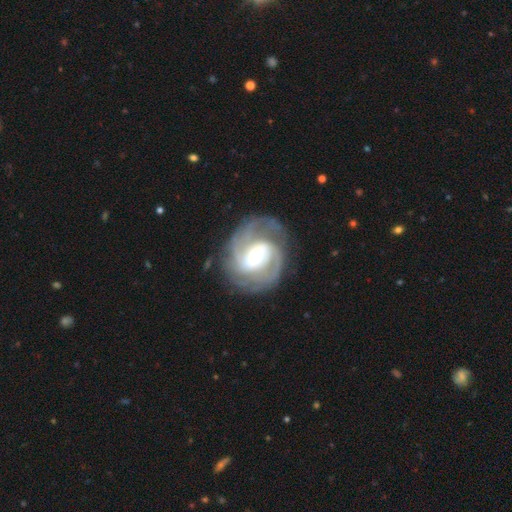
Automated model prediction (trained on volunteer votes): smooth_or_featured: featured or disk (p=0.88) [alt: smooth p=0.07]
disk_edge_on: no (p=0.98) [alt: yes p=0.02]
bar: weak (p=0.43) [alt: no p=0.36]
has_spiral_arms: yes (p=0.96) [alt: no p=0.04]
spiral_winding: tight (p=0.49) [alt: medium p=0.41]
spiral_arm_count: 2 (p=0.53) [alt: 3 p=0.19]
bulge_size: moderate (p=0.67) [alt: small p=0.18]
merging: none (p=0.75) [alt: minor disturbance p=0.15]